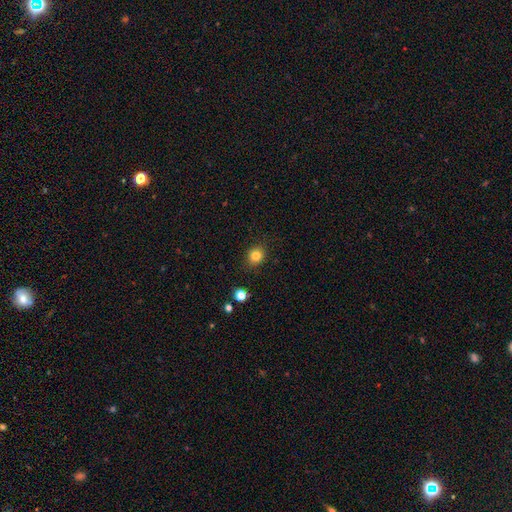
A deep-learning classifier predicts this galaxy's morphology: The model was most divided on "how rounded": round: 75%, in between: 24%, cigar-shaped: 1%. More confident: merging — none (88%); smooth or featured — smooth (82%).